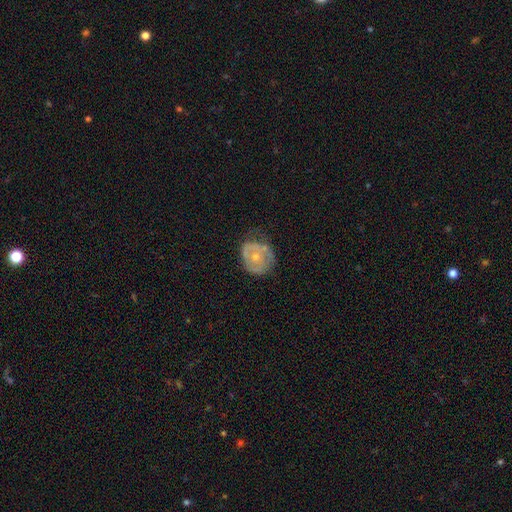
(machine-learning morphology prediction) smooth_or_featured: featured or disk (p=0.59) [alt: smooth p=0.35]
disk_edge_on: no (p=0.97) [alt: yes p=0.03]
bar: no (p=0.84) [alt: weak p=0.13]
has_spiral_arms: yes (p=0.50) [tied with: no p=0.50]
bulge_size: small (p=0.53) [alt: moderate p=0.44]
merging: none (p=0.50) [alt: minor disturbance p=0.33]